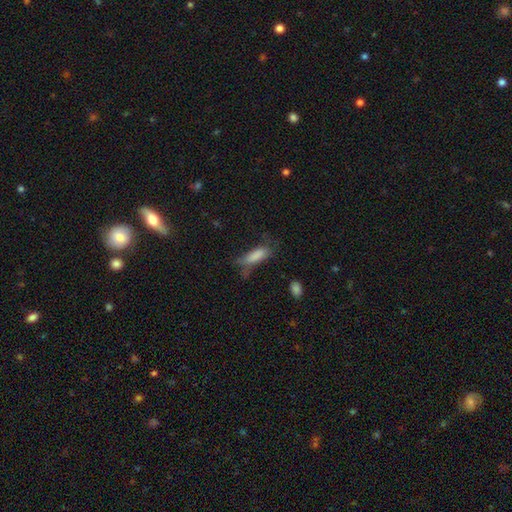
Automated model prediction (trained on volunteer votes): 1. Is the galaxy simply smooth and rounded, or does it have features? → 80% smooth, 12% featured or disk, 8% star or artifact.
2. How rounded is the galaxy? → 53% in between, 44% cigar-shaped, 2% round.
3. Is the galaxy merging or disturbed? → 40% none, 33% minor disturbance, 22% major disturbance, 5% merger.